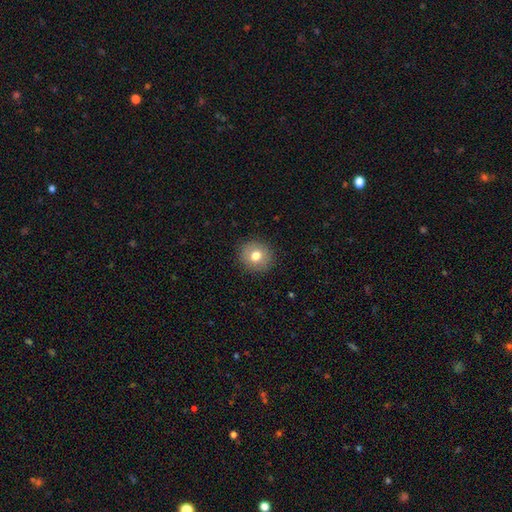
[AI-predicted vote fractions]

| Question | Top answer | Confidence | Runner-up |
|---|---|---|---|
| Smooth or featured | smooth | 76% | featured or disk (15%) |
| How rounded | round | 89% | in between (10%) |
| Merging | none | 90% | minor disturbance (7%) |